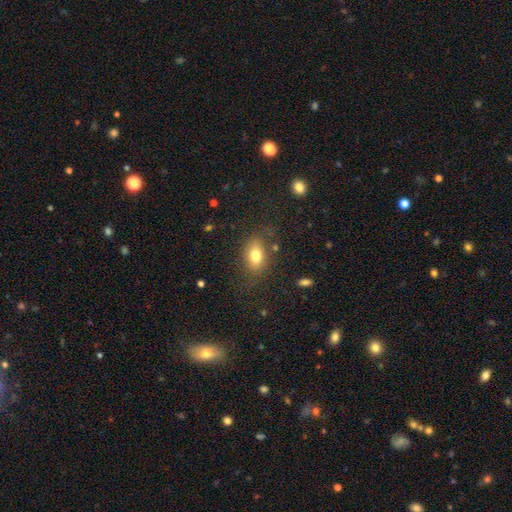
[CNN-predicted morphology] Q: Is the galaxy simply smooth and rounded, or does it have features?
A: smooth — 77%.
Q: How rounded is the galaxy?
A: in between — 82%.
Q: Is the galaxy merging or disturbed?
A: none — 76%.